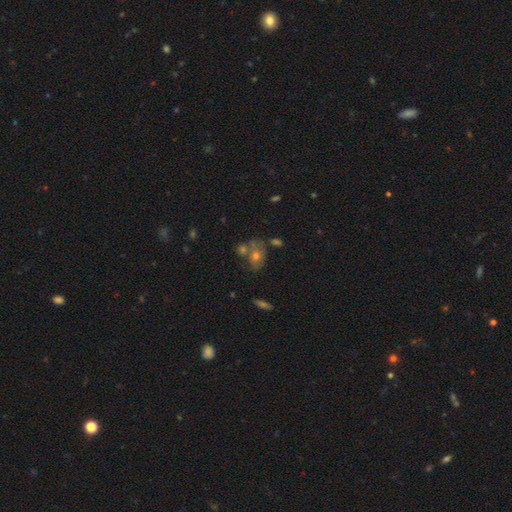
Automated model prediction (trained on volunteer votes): This is possibly a smooth galaxy (50%). How rounded: possibly in between (56%). Merging: possibly none (52%).